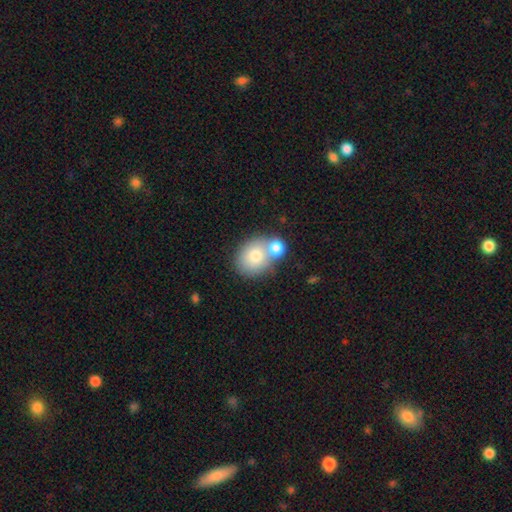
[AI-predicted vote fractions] This appears to be a smooth galaxy with no disk features (74%) that is round (60%). Merging: none (43%, tied with merger).